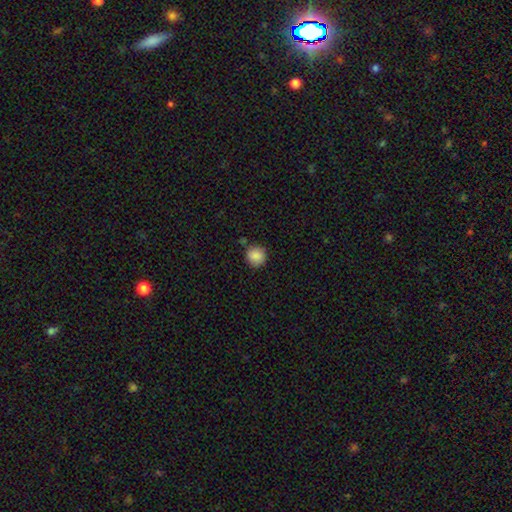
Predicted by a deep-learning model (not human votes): smooth_or_featured: smooth (p=0.87) [alt: star or artifact p=0.09]
how_rounded: round (p=0.93) [alt: in between p=0.06]
merging: none (p=0.81) [alt: minor disturbance p=0.11]